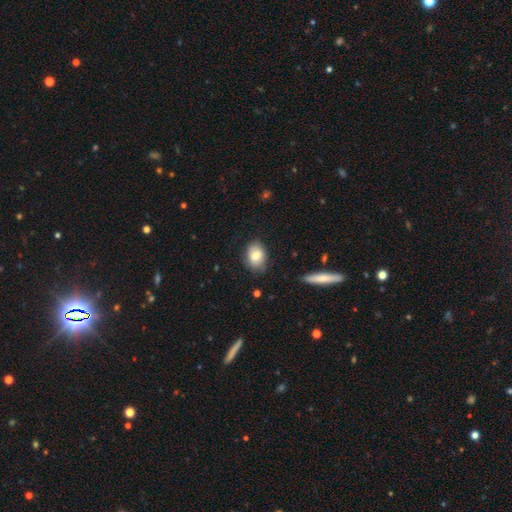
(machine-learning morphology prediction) Smooth or featured: smooth — 76% (featured or disk — 16%)
How rounded: in between — 71% (round — 28%)
Merging: none — 74% (minor disturbance — 20%)